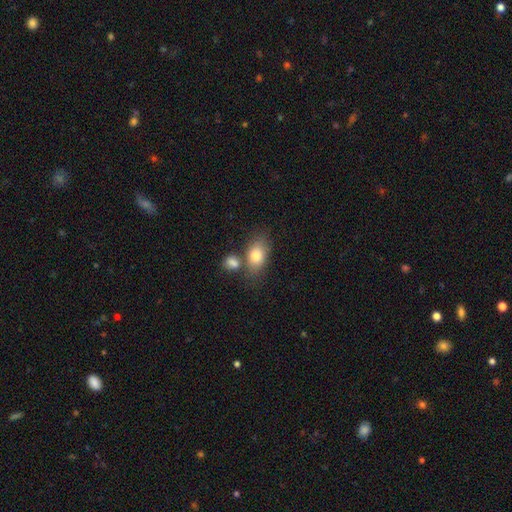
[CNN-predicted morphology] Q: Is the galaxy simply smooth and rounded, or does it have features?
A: smooth — 80%.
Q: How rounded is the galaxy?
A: in between — 85%.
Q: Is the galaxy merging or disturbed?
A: none — 56%.